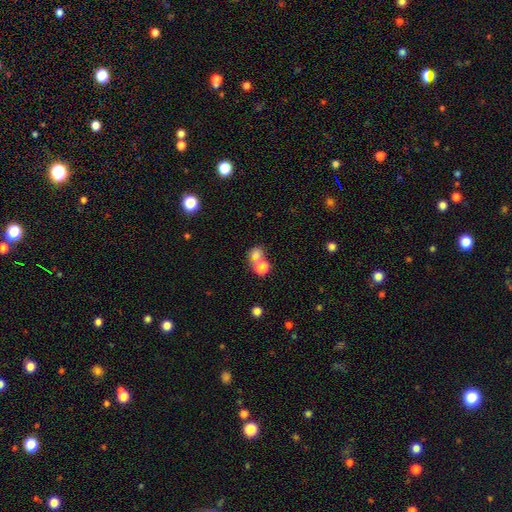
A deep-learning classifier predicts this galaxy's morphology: smooth 73%, star or artifact 15%, featured or disk 12%. Down the decision tree: how rounded — round (70%); merging — merger (49%).